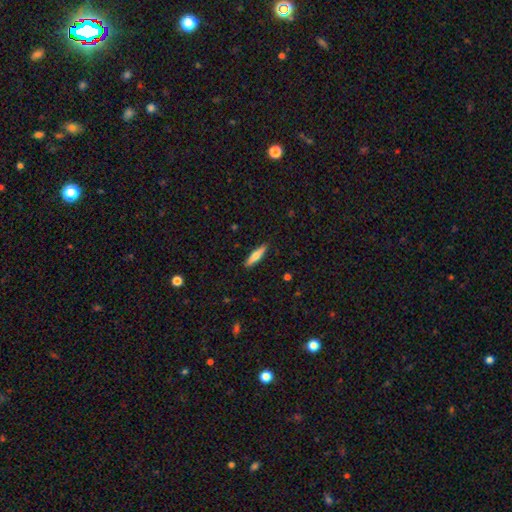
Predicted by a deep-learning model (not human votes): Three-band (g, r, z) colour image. It shows a smooth galaxy with no disk features (62%) that is cigar-shaped (78%). Merging: none (90%).